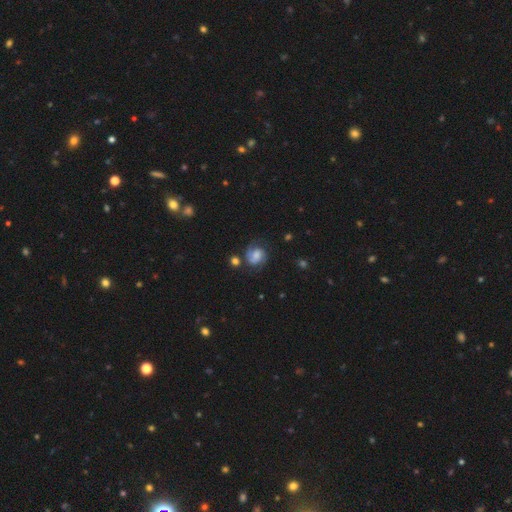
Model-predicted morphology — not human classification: Smooth or featured?
  - featured or disk: 67% *
  - smooth: 24%
  - star or artifact: 9%
Edge-on disk?
  - no: 98% *
  - yes: 2%
Bar?
  - no: 50% *
  - weak: 40%
  - strong: 10%
Spiral arms?
  - yes: 93% *
  - no: 7%
Spiral winding?
  - medium: 48% *
  - tight: 32%
  - loose: 19%
Spiral arm count?
  - 2: 80% *
  - can't tell: 8%
  - 1: 8%
  - 3: 2%
  - 4: 1%
  - more than 4: 1%
Bulge size?
  - moderate: 35% *
  - small: 30%
  - none: 18%
  - large: 14%
  - dominant: 3%
Merging?
  - none: 64% *
  - minor disturbance: 19%
  - major disturbance: 10%
  - merger: 6%